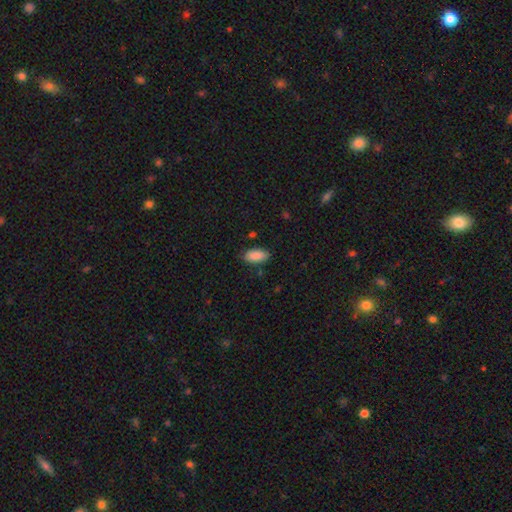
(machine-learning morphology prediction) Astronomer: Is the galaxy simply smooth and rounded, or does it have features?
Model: smooth — 88%.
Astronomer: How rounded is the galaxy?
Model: in between — 90%.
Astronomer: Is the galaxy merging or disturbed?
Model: none — 83%.